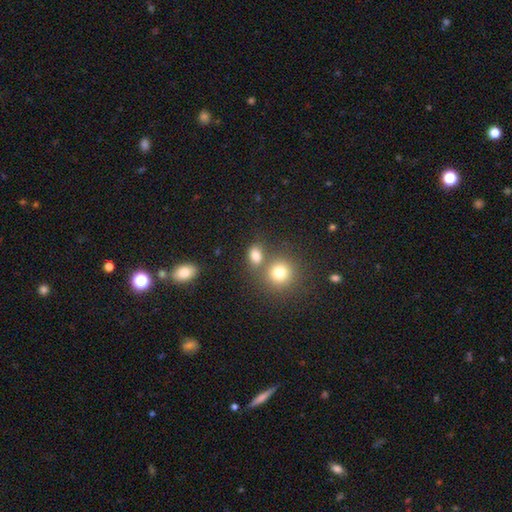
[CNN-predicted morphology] This appears to be a smooth galaxy with no disk features (79%) that is in between round and cigar-shaped (58%). Merging: none (59%).